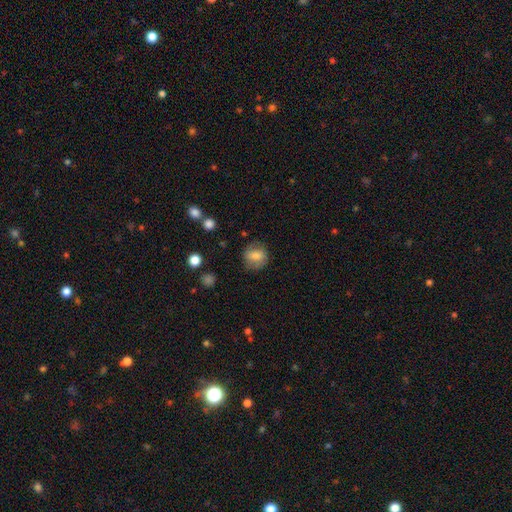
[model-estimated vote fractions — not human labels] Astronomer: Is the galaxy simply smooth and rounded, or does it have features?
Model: smooth — 71%.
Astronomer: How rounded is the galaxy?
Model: round — 76%.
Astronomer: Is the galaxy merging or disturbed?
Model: none — 77%.